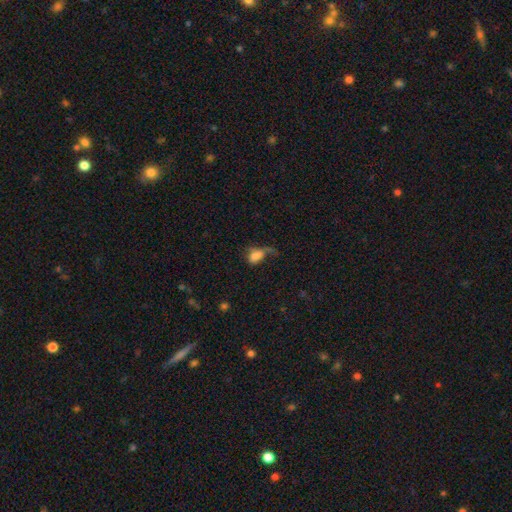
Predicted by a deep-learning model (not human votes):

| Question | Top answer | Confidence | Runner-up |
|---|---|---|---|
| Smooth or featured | smooth | 65% | featured or disk (22%) |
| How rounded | in between | 79% | round (18%) |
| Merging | major disturbance | 50% | none (19%) |